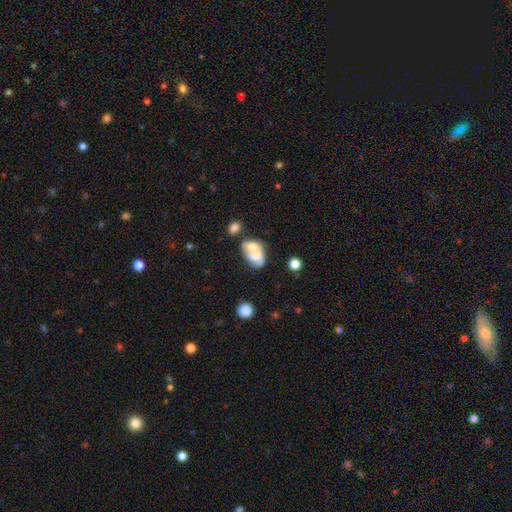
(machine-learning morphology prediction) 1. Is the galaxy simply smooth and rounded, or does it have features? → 51% smooth, 40% featured or disk, 9% star or artifact.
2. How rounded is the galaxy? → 78% in between, 21% round, 2% cigar-shaped.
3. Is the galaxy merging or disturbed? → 59% merger, 19% none, 12% minor disturbance, 10% major disturbance.